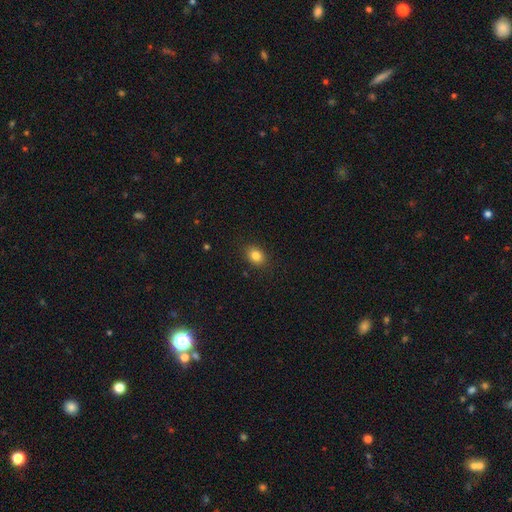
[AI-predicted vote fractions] Smooth or featured?
  - smooth: 83% *
  - star or artifact: 11%
  - featured or disk: 6%
How rounded?
  - in between: 60% *
  - round: 39%
  - cigar-shaped: 1%
Merging?
  - none: 88% *
  - minor disturbance: 9%
  - major disturbance: 2%
  - merger: 1%